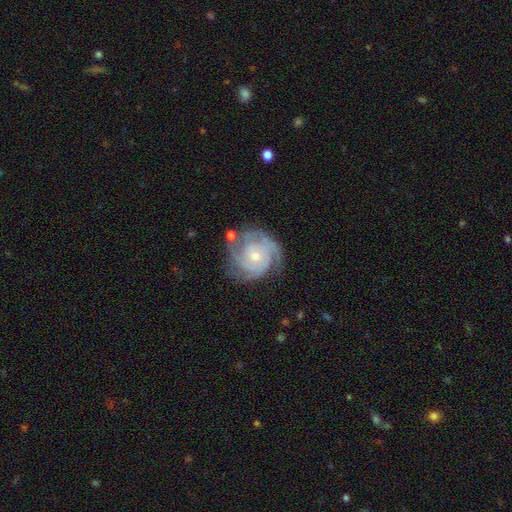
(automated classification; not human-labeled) Q: Smooth or featured?
A: featured or disk (86%); runner-up: smooth (9%)
Q: Edge-on disk?
A: no (98%); runner-up: yes (2%)
Q: Bar?
A: no (74%); runner-up: weak (22%)
Q: Spiral arms?
A: yes (96%); runner-up: no (4%)
Q: Spiral winding?
A: tight (64%); runner-up: medium (30%)
Q: Spiral arm count?
A: 3 (40%); runner-up: 2 (23%)
Q: Bulge size?
A: small (54%); runner-up: moderate (42%)
Q: Merging?
A: none (68%); runner-up: minor disturbance (20%)